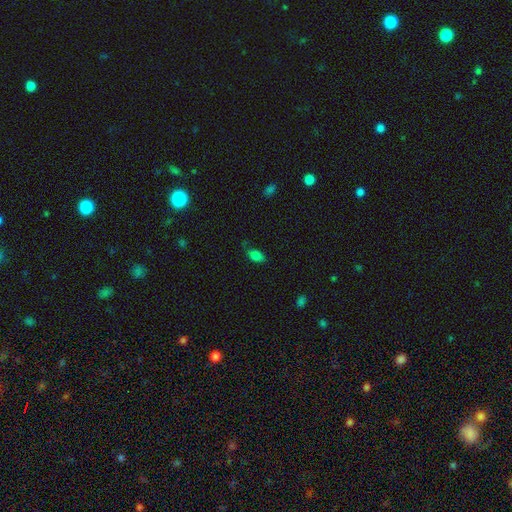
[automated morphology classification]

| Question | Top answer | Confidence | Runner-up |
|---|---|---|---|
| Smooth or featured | smooth | 80% | star or artifact (13%) |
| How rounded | in between | 88% | round (8%) |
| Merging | none | 63% | minor disturbance (27%) |